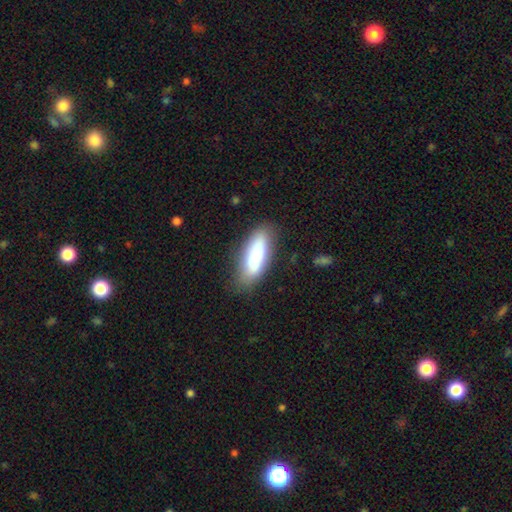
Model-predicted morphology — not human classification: type=smooth (80%); roundness=in between (62%); merging=none (72%).